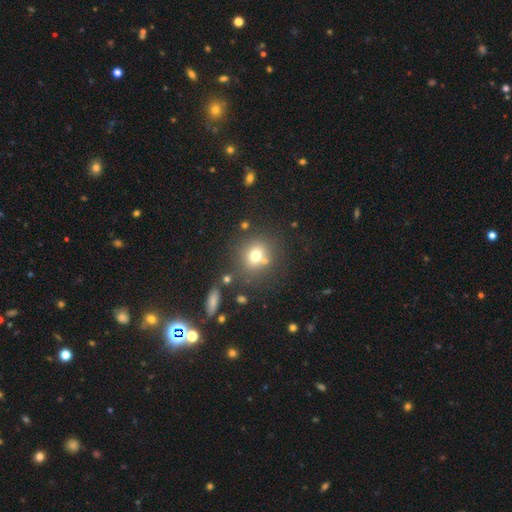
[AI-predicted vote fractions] smooth_or_featured: smooth (p=0.71) [alt: star or artifact p=0.16]
how_rounded: round (p=0.85) [alt: in between p=0.14]
merging: none (p=0.71) [alt: merger p=0.13]